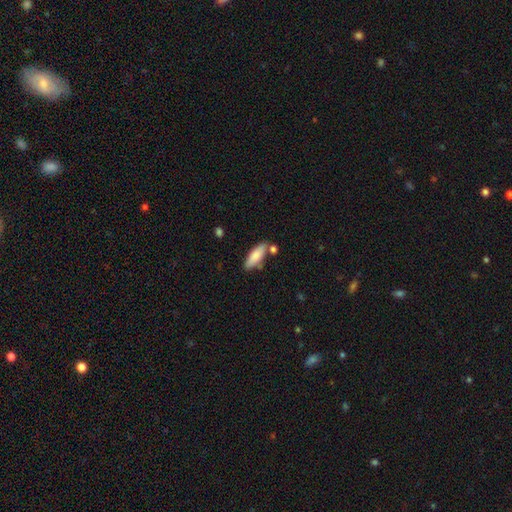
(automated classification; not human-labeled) Smooth or featured?
  - smooth: 81% *
  - featured or disk: 13%
  - star or artifact: 6%
How rounded?
  - in between: 58% *
  - cigar-shaped: 40%
  - round: 2%
Merging?
  - none: 71% *
  - minor disturbance: 15%
  - merger: 11%
  - major disturbance: 3%